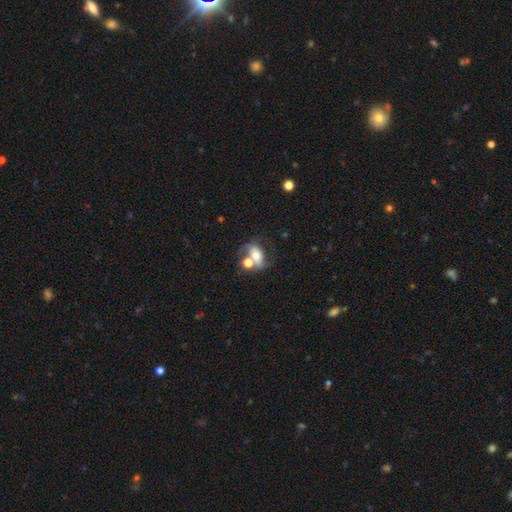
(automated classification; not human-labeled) The model was most divided on "smooth or featured": smooth: 50%, featured or disk: 39%, star or artifact: 11%. Remaining: merging — merger (43%).